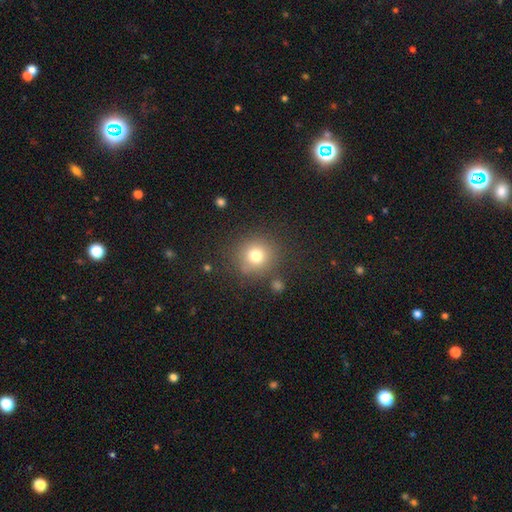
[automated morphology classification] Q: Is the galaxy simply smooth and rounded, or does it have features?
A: smooth — 77%.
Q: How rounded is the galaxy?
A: round — 91%.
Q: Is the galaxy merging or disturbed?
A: none — 82%.